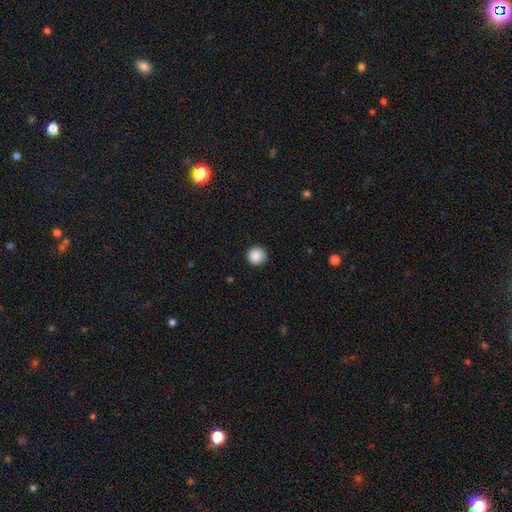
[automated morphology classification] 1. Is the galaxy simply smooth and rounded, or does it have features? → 88% smooth, 9% star or artifact, 3% featured or disk.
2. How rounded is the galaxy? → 95% round, 4% in between, 1% cigar-shaped.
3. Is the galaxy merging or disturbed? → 90% none, 7% minor disturbance, 2% major disturbance, 1% merger.